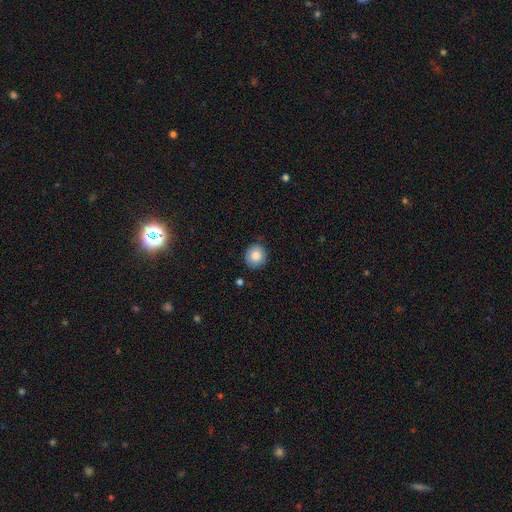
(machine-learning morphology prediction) This appears to be a smooth galaxy with no disk features (85%) that is round (86%). Merging: none (86%).